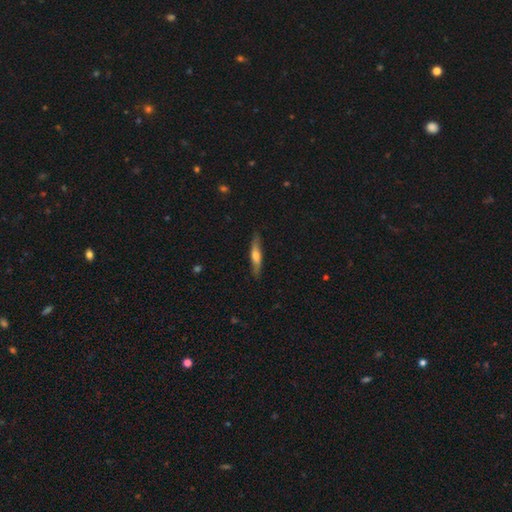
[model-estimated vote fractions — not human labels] The model was most divided on "smooth or featured": smooth: 50%, featured or disk: 44%, star or artifact: 6%. More confident: how rounded — cigar-shaped (85%); merging — none (85%).